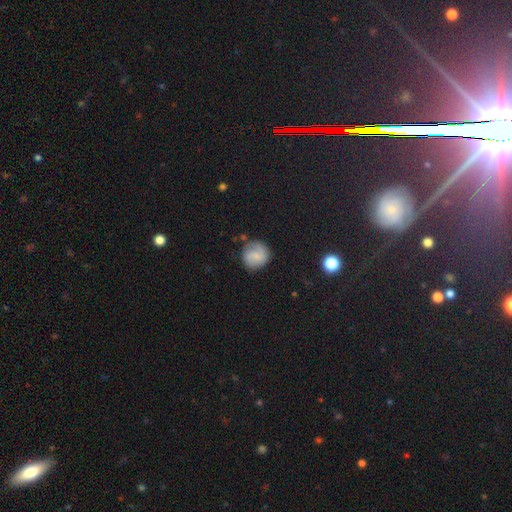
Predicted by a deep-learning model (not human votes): Smooth or featured? Predicted: smooth (p=0.59). How rounded? Predicted: round (p=0.88). Merging? Predicted: none (p=0.71).